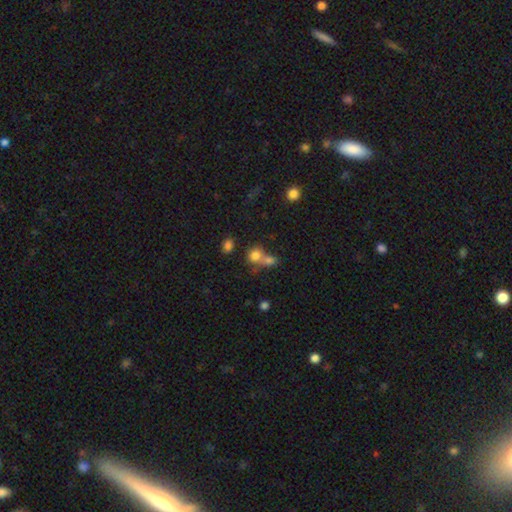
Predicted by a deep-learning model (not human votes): smooth-or-featured: smooth: 76% | star or artifact: 14% | featured or disk: 11%
  how-rounded: round: 75% | in between: 23% | cigar-shaped: 1%
  merging: merger: 52% | none: 36% | minor disturbance: 7% | major disturbance: 4%